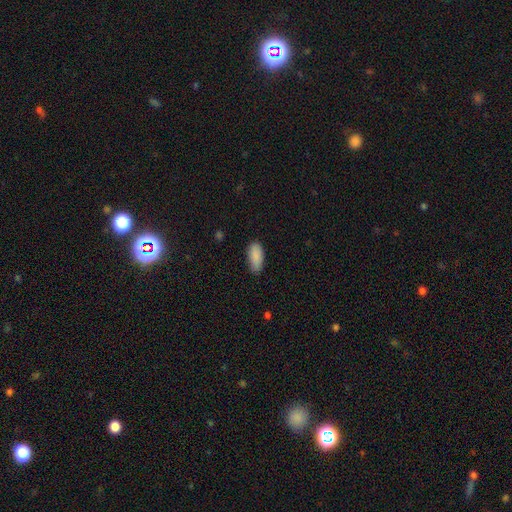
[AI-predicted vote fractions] Overall: smooth (89%). How rounded: in between (87%). Merging: none (78%).